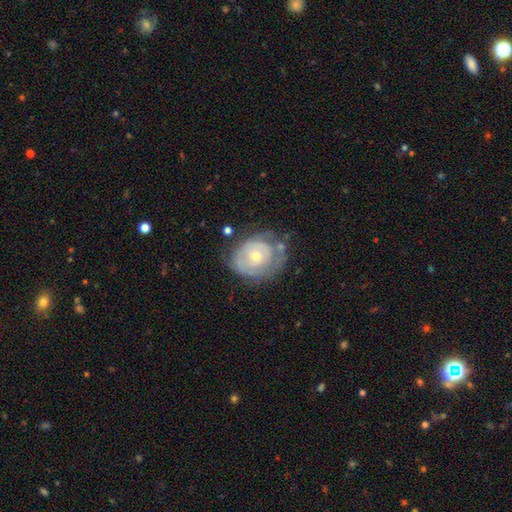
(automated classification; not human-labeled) Q: Smooth or featured?
A: featured or disk (67%); runner-up: smooth (27%)
Q: Edge-on disk?
A: no (97%); runner-up: yes (3%)
Q: Bar?
A: no (83%); runner-up: weak (14%)
Q: Spiral arms?
A: yes (61%); runner-up: no (39%)
Q: Bulge size?
A: small (54%); runner-up: moderate (41%)
Q: Merging?
A: none (56%); runner-up: minor disturbance (26%)